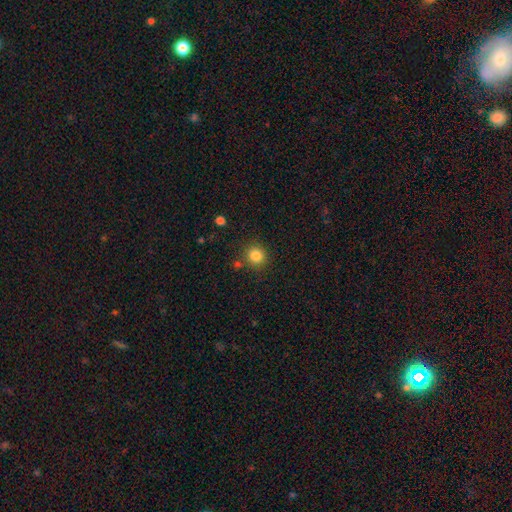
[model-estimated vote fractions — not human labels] smooth_or_featured: smooth (p=0.84) [alt: star or artifact p=0.11]
how_rounded: round (p=0.91) [alt: in between p=0.08]
merging: none (p=0.83) [alt: minor disturbance p=0.08]